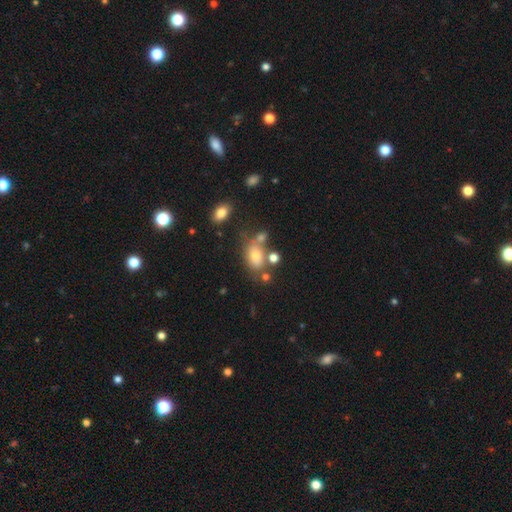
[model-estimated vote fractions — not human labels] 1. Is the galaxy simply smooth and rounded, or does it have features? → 72% smooth, 15% featured or disk, 13% star or artifact.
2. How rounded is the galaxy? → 82% in between, 16% round, 2% cigar-shaped.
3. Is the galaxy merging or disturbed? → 53% none, 21% merger, 18% minor disturbance, 9% major disturbance.